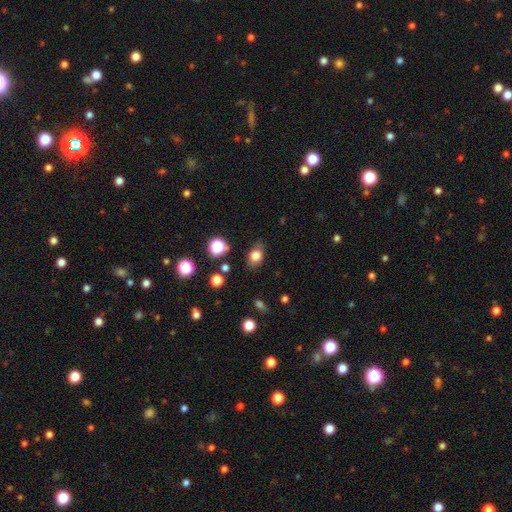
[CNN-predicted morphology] A smooth galaxy with no disk features (79%) that is in between round and cigar-shaped (68%). Merging: none (79%).